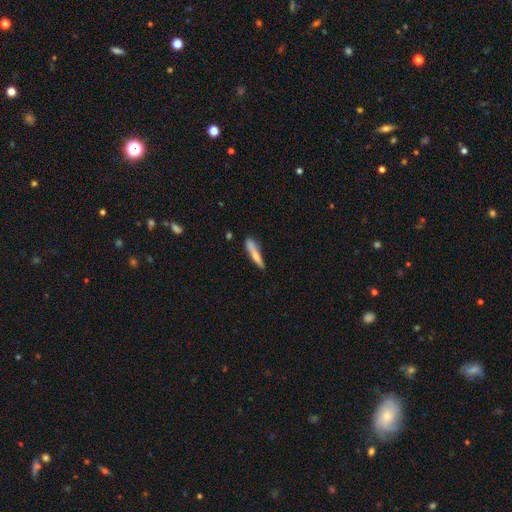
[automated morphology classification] Overall: smooth (70%). How rounded: cigar-shaped (88%). Merging: none (65%).